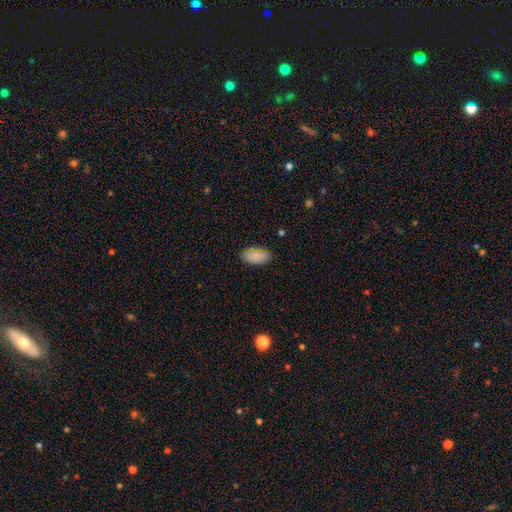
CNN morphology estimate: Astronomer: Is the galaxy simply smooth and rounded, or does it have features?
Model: smooth — 86%.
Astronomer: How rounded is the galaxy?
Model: in between — 94%.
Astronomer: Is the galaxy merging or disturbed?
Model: none — 84%.